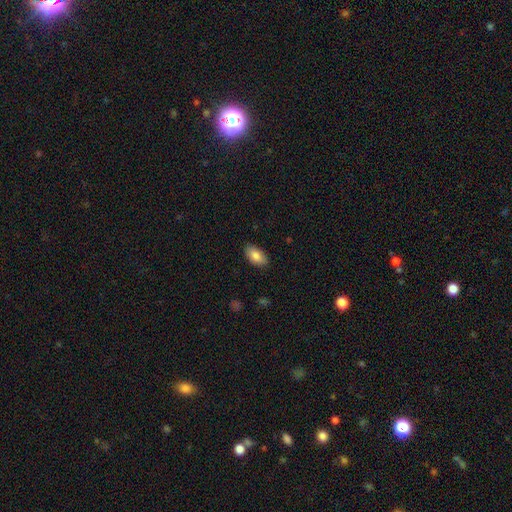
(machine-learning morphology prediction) Smooth or featured?
  - smooth: 84% *
  - featured or disk: 9%
  - star or artifact: 7%
How rounded?
  - in between: 93% *
  - round: 4%
  - cigar-shaped: 3%
Merging?
  - none: 86% *
  - minor disturbance: 10%
  - major disturbance: 2%
  - merger: 1%